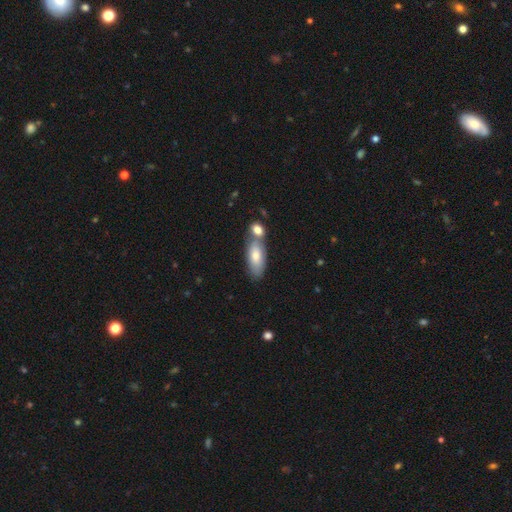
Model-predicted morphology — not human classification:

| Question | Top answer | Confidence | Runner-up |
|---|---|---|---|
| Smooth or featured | smooth | 75% | featured or disk (19%) |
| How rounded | in between | 82% | cigar-shaped (15%) |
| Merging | none | 44% | merger (39%) |